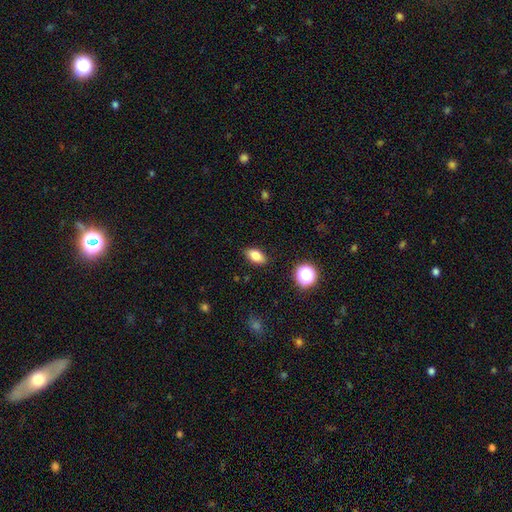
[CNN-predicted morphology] Smooth or featured? smooth (80%)
How rounded? in between (85%)
Merging? none (87%)